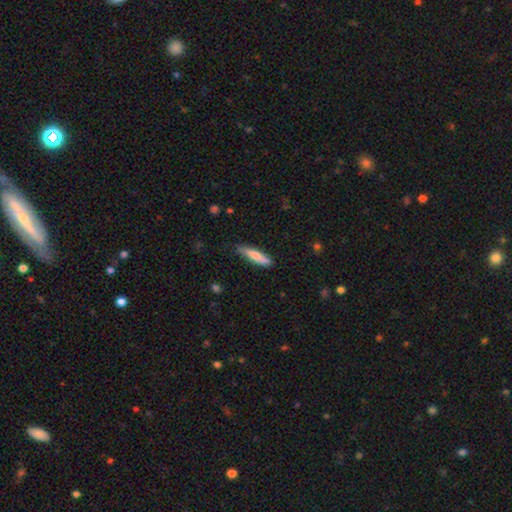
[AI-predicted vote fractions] Q: Smooth or featured?
A: smooth (69%); runner-up: featured or disk (26%)
Q: How rounded?
A: cigar-shaped (81%); runner-up: in between (18%)
Q: Merging?
A: none (81%); runner-up: minor disturbance (15%)